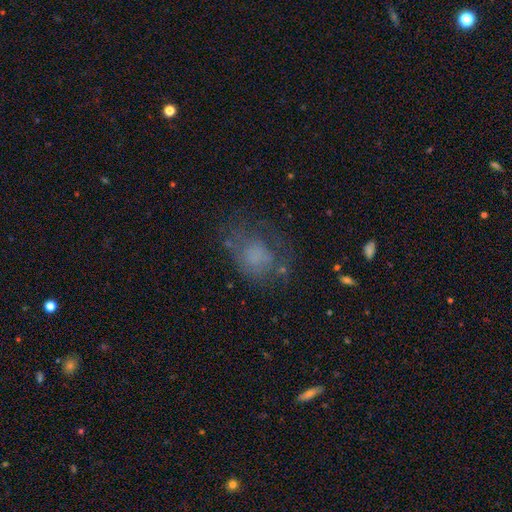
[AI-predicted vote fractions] Overall: smooth (55%; featured or disk 29%). How rounded: in between (54%; round 45%). Merging: none (50%; major disturbance 24%).